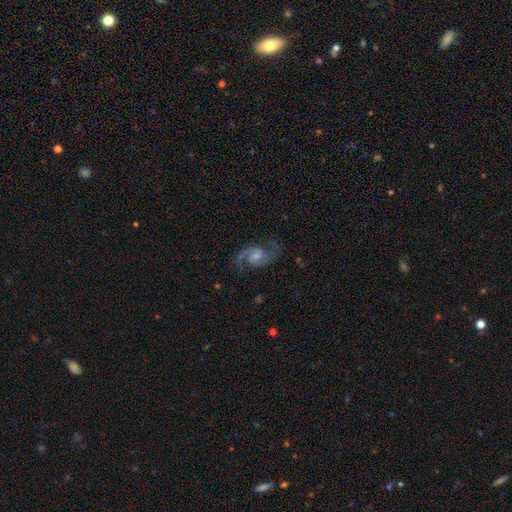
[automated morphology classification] Smooth or featured? featured or disk (88%)
Edge-on disk? no (98%)
Bar? no (52%)
Spiral arms? yes (97%)
Spiral winding? medium (53%)
Spiral arm count? 2 (93%)
Bulge size? small (40%)
Merging? none (77%)